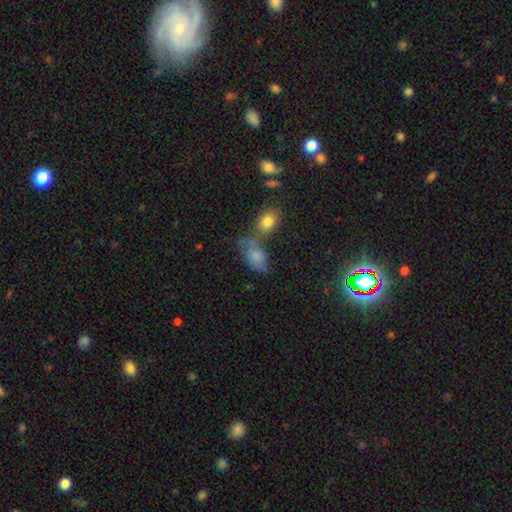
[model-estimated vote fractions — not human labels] A smooth galaxy with no disk features (74%) that is in between round and cigar-shaped (88%). Merging: none (38%).